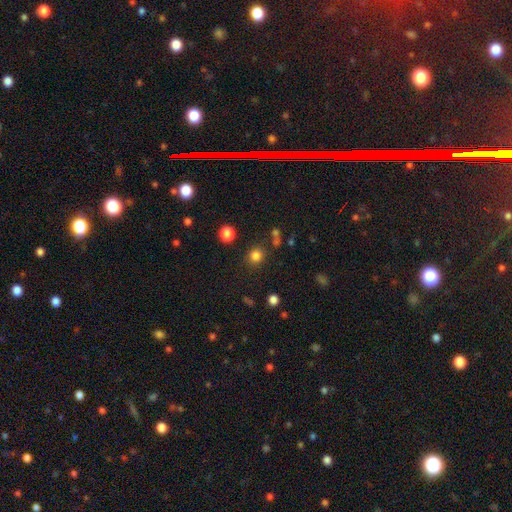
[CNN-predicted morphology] Smooth or featured: smooth — 81% (star or artifact — 14%)
How rounded: round — 86% (in between — 13%)
Merging: none — 84% (minor disturbance — 8%)